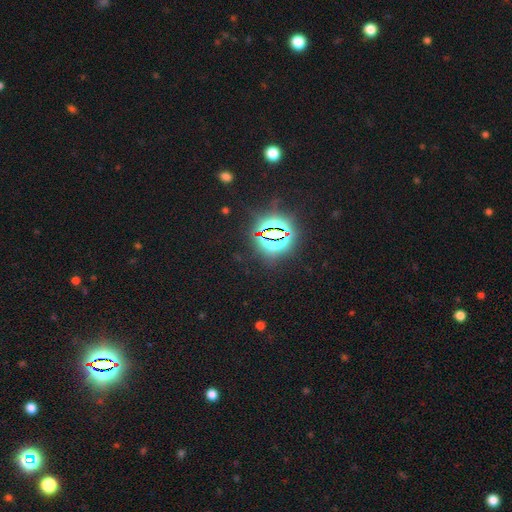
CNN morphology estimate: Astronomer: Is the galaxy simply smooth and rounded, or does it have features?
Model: star or artifact — 85%.